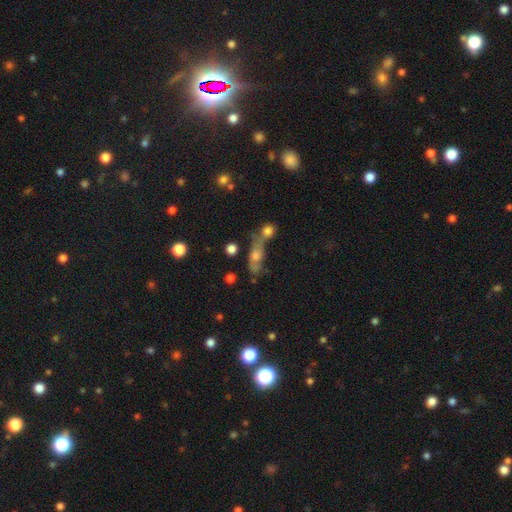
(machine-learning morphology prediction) The model was most divided on "merging": none: 36%, merger: 35%, minor disturbance: 16%, major disturbance: 14%. Remaining: smooth or featured — smooth (48%).